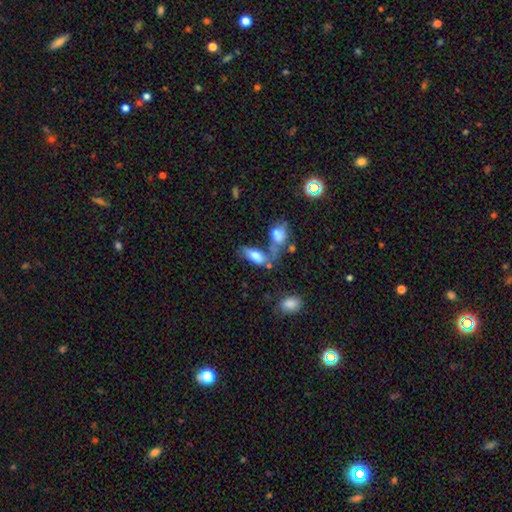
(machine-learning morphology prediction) Smooth or featured? Predicted: smooth (p=0.72). How rounded? Predicted: in between (p=0.82). Merging? Predicted: merger (p=0.36).